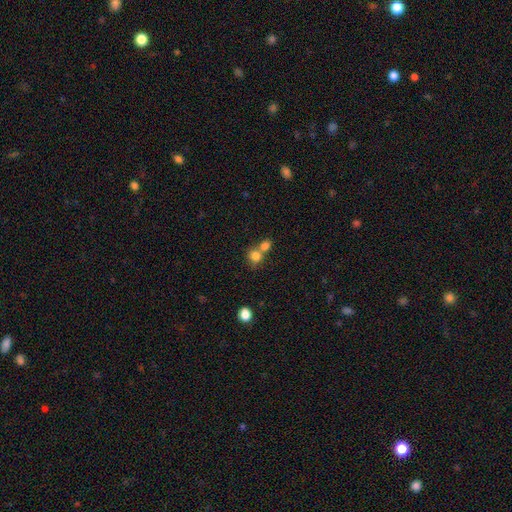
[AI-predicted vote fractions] A smooth galaxy with no disk features (80%) that is round (80%).

Vote fractions:
- Smooth or featured? smooth: 80% / star or artifact: 11% / featured or disk: 8%
- How rounded? round: 80% / in between: 19% / cigar-shaped: 1%
- Merging? merger: 49% / none: 41% / minor disturbance: 7% / major disturbance: 3%